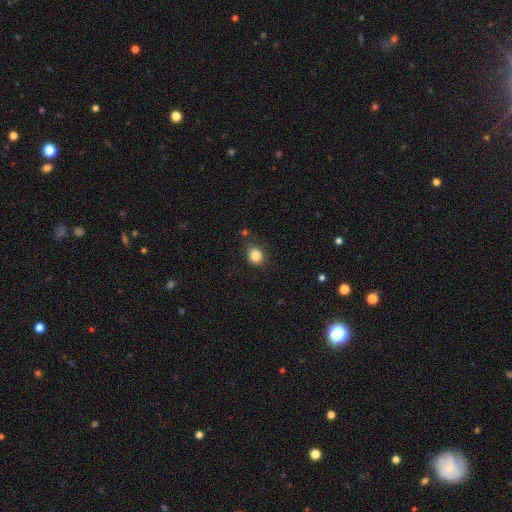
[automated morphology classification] Q: Smooth or featured?
A: smooth (84%); runner-up: star or artifact (11%)
Q: How rounded?
A: round (69%); runner-up: in between (30%)
Q: Merging?
A: none (82%); runner-up: minor disturbance (12%)